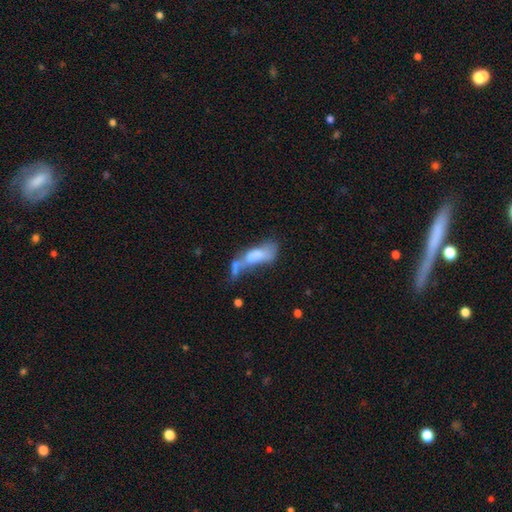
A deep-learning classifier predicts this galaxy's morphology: Q: Smooth or featured?
A: smooth (57%); runner-up: featured or disk (33%)
Q: How rounded?
A: in between (75%); runner-up: cigar-shaped (22%)
Q: Merging?
A: merger (47%); runner-up: major disturbance (25%)